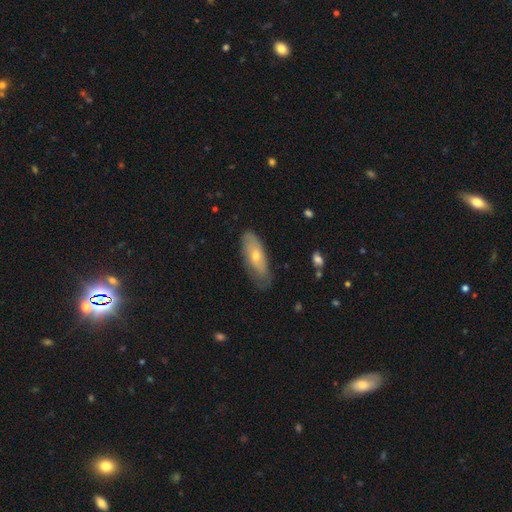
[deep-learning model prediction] Morphology: type=smooth (54%); roundness=in between (68%); merging=none (65%).